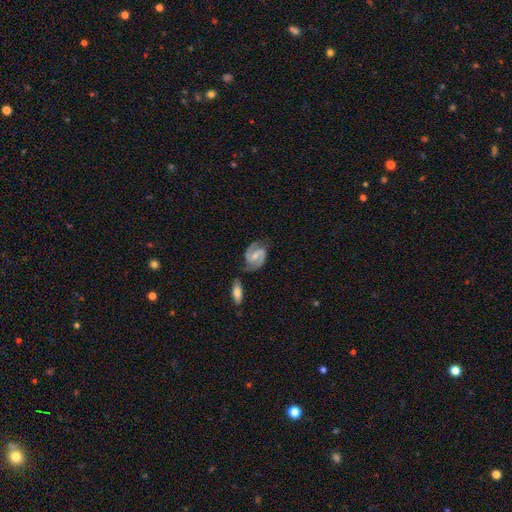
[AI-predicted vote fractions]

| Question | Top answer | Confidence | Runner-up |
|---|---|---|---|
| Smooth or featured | featured or disk | 87% | smooth (8%) |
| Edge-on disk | no | 97% | yes (3%) |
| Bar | weak | 50% | no (25%) |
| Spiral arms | yes | 97% | no (3%) |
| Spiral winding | medium | 58% | tight (27%) |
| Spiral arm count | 2 | 92% | can't tell (3%) |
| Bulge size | small | 52% | moderate (38%) |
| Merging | none | 71% | minor disturbance (15%) |